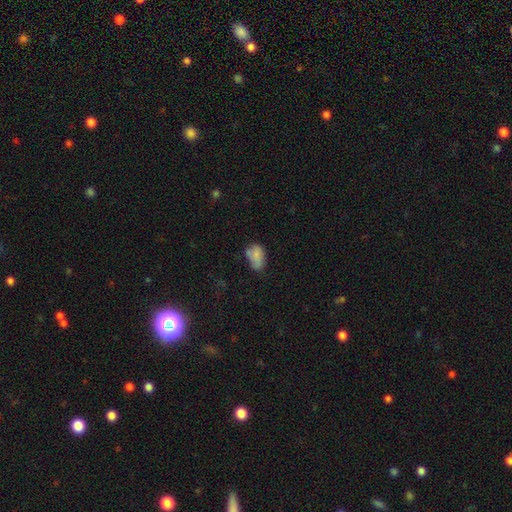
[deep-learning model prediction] A smooth galaxy with no disk features (75%) that is in between round and cigar-shaped (86%). Merging: none (46%).